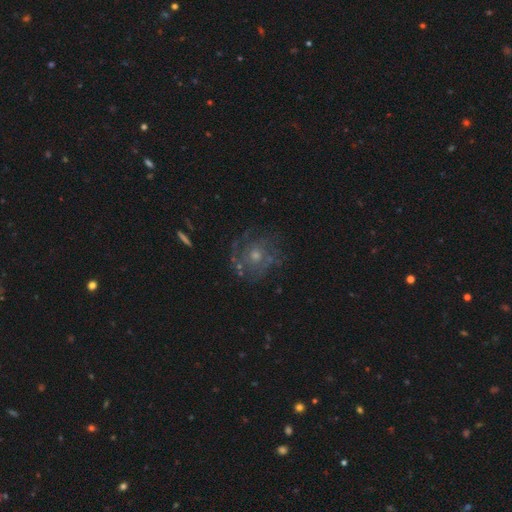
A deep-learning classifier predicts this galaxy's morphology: Smooth or featured?
  - featured or disk: 75% *
  - smooth: 15%
  - star or artifact: 10%
Edge-on disk?
  - no: 97% *
  - yes: 3%
Bar?
  - no: 82% *
  - weak: 16%
  - strong: 3%
Spiral arms?
  - yes: 84% *
  - no: 16%
Spiral winding?
  - tight: 54% *
  - medium: 34%
  - loose: 12%
Spiral arm count?
  - can't tell: 42% *
  - 2: 19%
  - 3: 17%
  - 4: 9%
  - 1: 7%
  - more than 4: 6%
Bulge size?
  - moderate: 55% *
  - small: 37%
  - large: 4%
  - none: 3%
  - dominant: 1%
Merging?
  - none: 70% *
  - minor disturbance: 16%
  - major disturbance: 11%
  - merger: 2%